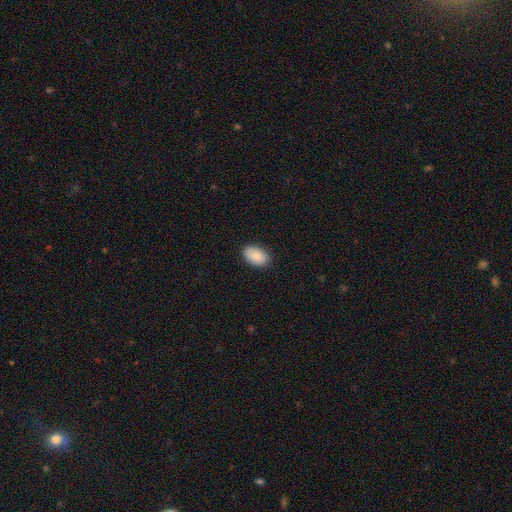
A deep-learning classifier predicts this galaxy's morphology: type=smooth (88%); roundness=in between (91%); merging=none (86%).